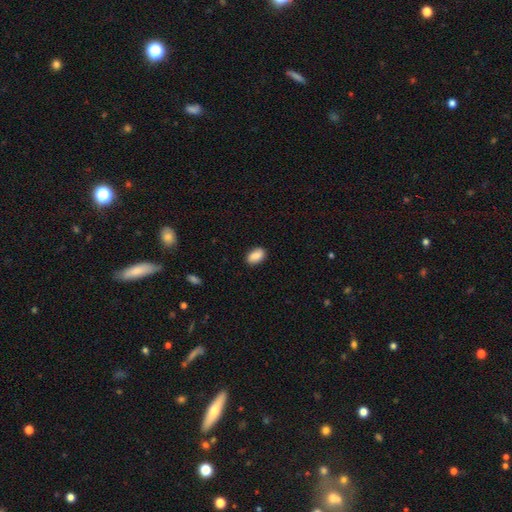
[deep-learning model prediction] smooth-or-featured: smooth: 86% | star or artifact: 7% | featured or disk: 7%
  how-rounded: in between: 89% | round: 9% | cigar-shaped: 2%
  merging: none: 87% | minor disturbance: 10% | major disturbance: 2% | merger: 1%